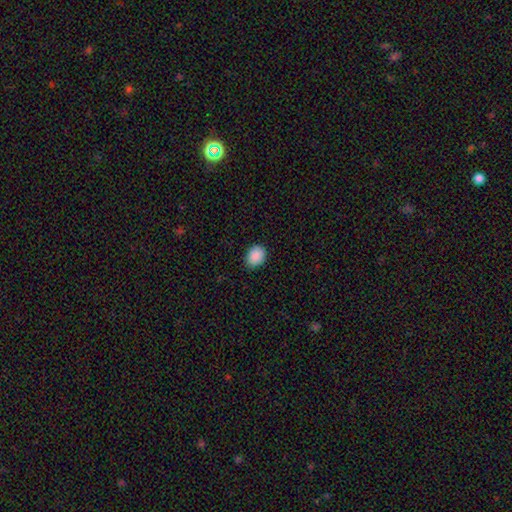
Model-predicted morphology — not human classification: Smooth or featured?
  - smooth: 90% *
  - star or artifact: 7%
  - featured or disk: 3%
How rounded?
  - in between: 64% *
  - round: 35%
  - cigar-shaped: 1%
Merging?
  - none: 82% *
  - minor disturbance: 15%
  - major disturbance: 2%
  - merger: 1%